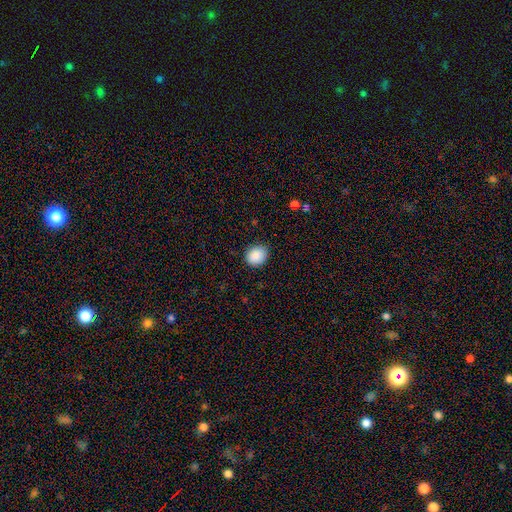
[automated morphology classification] This appears to be a smooth galaxy with no disk features (89%) that is round (66%). Merging: none (87%).